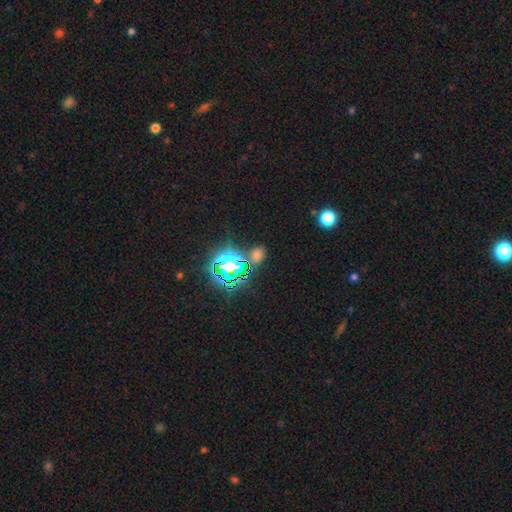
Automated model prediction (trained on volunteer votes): The model was most divided on "smooth or featured": star or artifact: 54%, smooth: 39%, featured or disk: 8%.